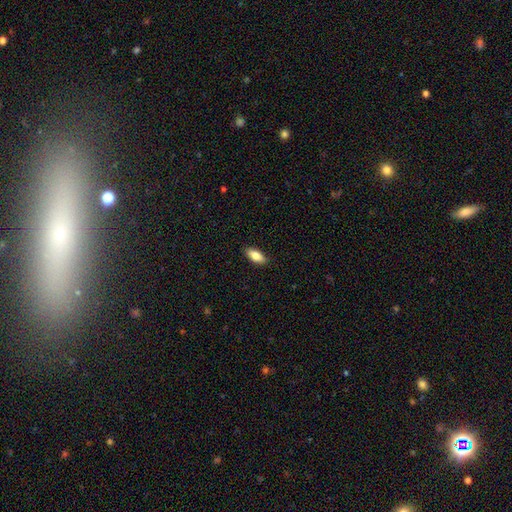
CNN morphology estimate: This is clearly a smooth galaxy (82%). How rounded: clearly in between (86%). Merging: clearly none (89%).